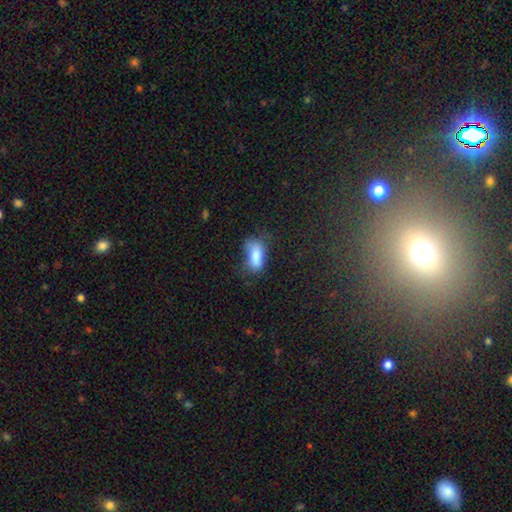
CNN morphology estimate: Smooth or featured? smooth (79%)
How rounded? in between (87%)
Merging? none (46%)